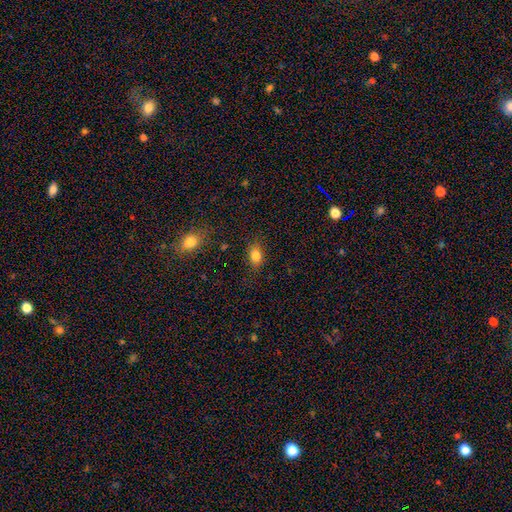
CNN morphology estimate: smooth 82%, star or artifact 11%, featured or disk 7%. Down the decision tree: how rounded — in between (70%); merging — none (82%).